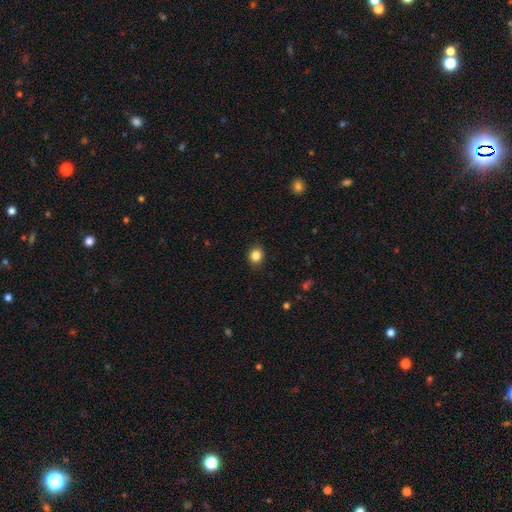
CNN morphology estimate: This is clearly a smooth galaxy (85%). How rounded: likely round (72%). Merging: clearly none (89%).